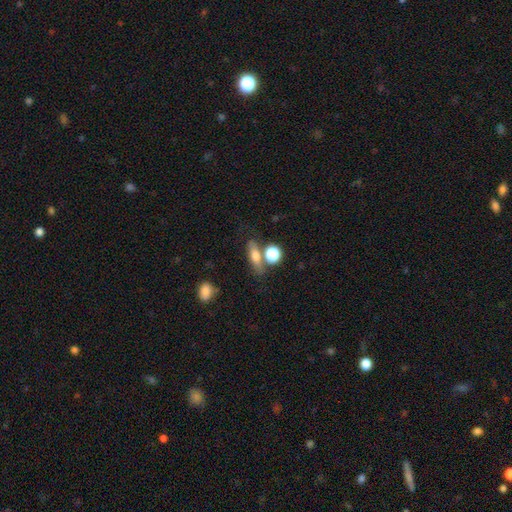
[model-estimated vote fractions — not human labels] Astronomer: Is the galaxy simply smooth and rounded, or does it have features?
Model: smooth — 64%.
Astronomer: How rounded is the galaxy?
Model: in between — 46% (runner-up: cigar-shaped, 34%).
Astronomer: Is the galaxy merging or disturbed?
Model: none — 63%.